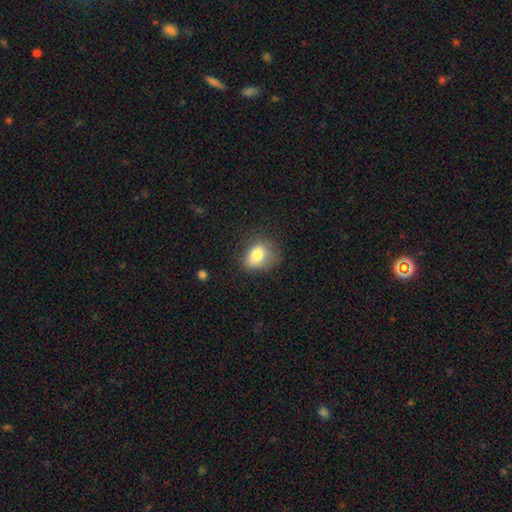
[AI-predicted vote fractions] Q: Smooth or featured?
A: smooth (80%); runner-up: featured or disk (10%)
Q: How rounded?
A: in between (61%); runner-up: round (38%)
Q: Merging?
A: none (53%); runner-up: minor disturbance (31%)